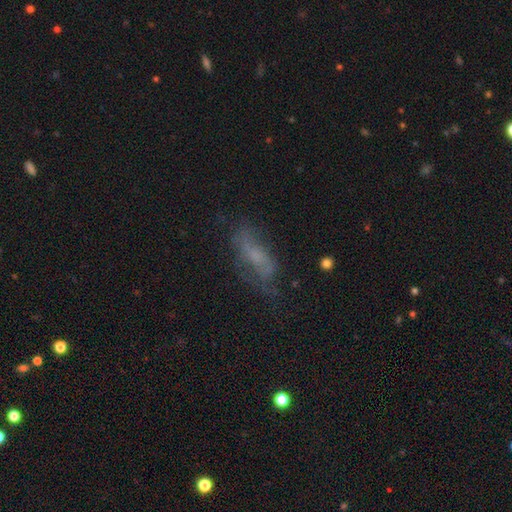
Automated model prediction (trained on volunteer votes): Overall: smooth (44%; featured or disk 41%). Merging: none (52%; minor disturbance 26%).